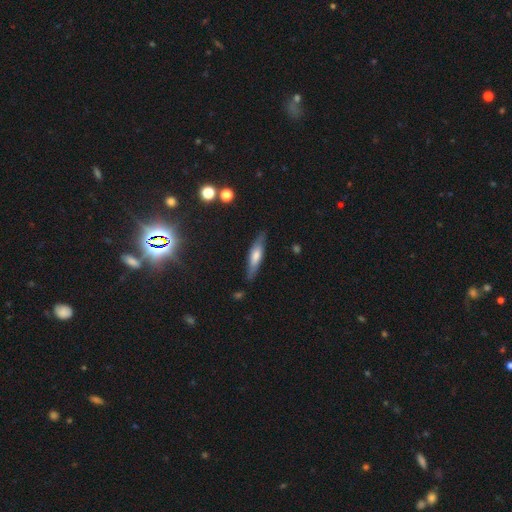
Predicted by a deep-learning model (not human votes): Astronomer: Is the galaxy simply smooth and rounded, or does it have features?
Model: smooth — 48% (runner-up: featured or disk, 44%).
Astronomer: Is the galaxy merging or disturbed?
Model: none — 84%.